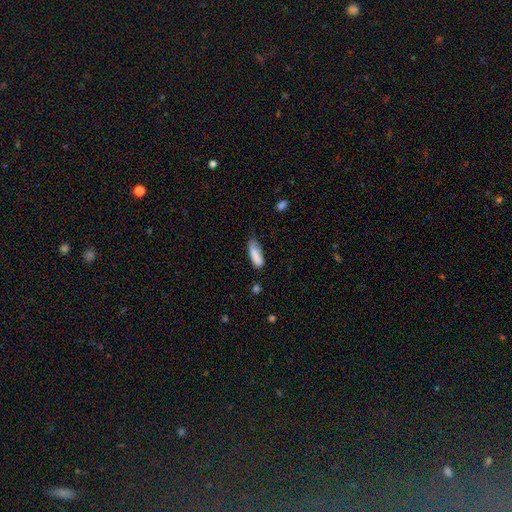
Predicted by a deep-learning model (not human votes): Q: Smooth or featured?
A: smooth (86%); runner-up: featured or disk (7%)
Q: How rounded?
A: in between (56%); runner-up: cigar-shaped (42%)
Q: Merging?
A: none (59%); runner-up: minor disturbance (32%)